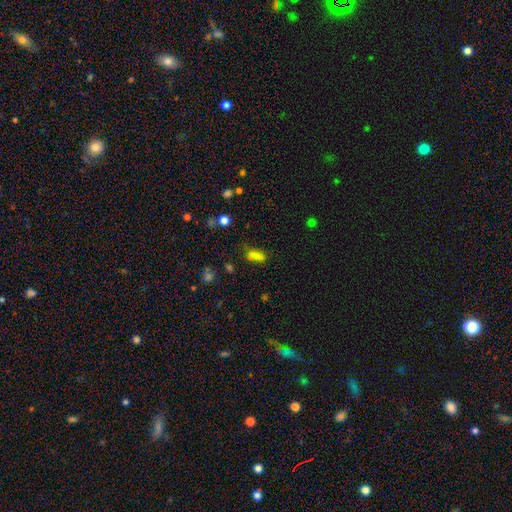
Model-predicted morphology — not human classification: smooth 73%, star or artifact 19%, featured or disk 8%. Down the decision tree: how rounded — in between (70%); merging — none (61%).